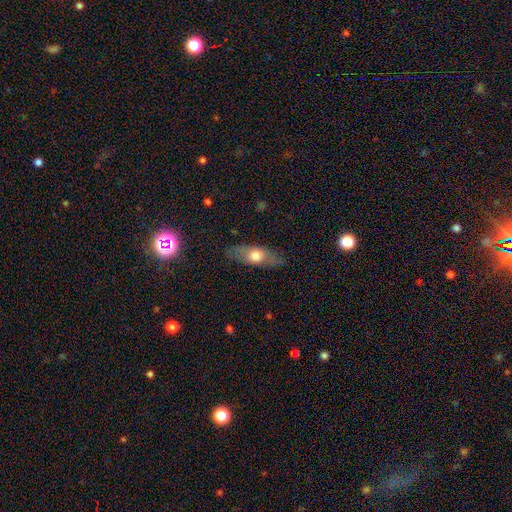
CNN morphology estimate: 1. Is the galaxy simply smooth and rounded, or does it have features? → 57% smooth, 36% featured or disk, 7% star or artifact.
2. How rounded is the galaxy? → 61% in between, 33% cigar-shaped, 6% round.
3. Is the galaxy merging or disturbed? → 79% none, 15% minor disturbance, 5% major disturbance, 1% merger.